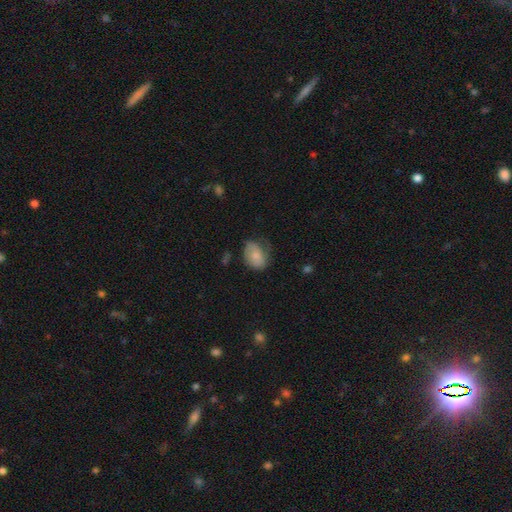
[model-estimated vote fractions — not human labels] Smooth or featured? smooth (67%)
How rounded? in between (75%)
Merging? none (48%)